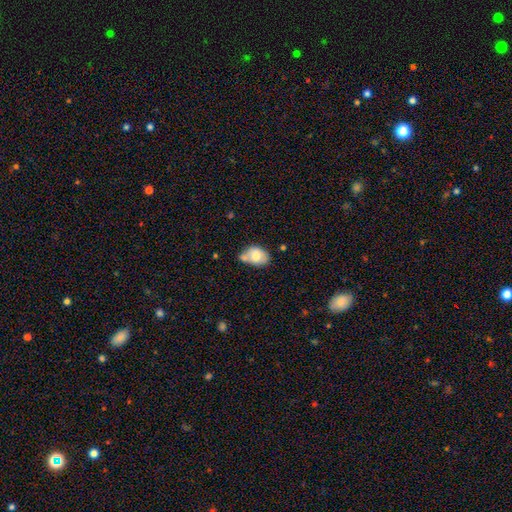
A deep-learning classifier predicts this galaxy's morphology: This appears to be a smooth galaxy with no disk features (70%) that is in between round and cigar-shaped (80%). Merging: none (35%).